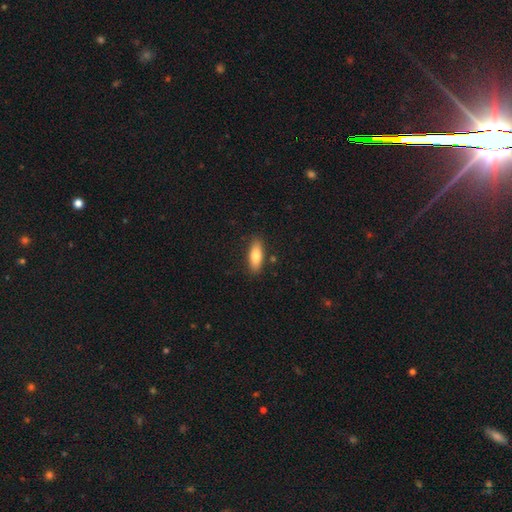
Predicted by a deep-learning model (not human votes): A smooth galaxy with no disk features (80%) that is in between round and cigar-shaped (69%). Merging: none (85%).